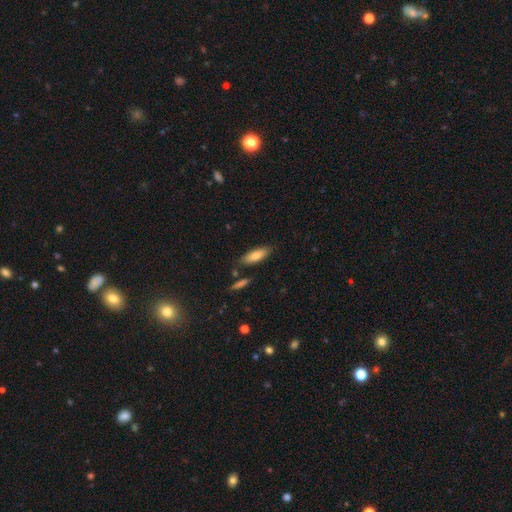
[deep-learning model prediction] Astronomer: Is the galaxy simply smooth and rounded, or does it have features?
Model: smooth — 80%.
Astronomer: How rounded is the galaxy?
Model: in between — 60% (runner-up: cigar-shaped, 38%).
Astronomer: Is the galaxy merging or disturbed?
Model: none — 80%.